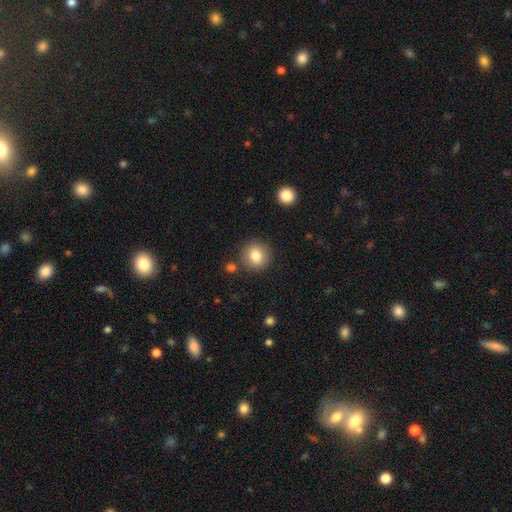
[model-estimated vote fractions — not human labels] The model was most divided on "smooth or featured": smooth: 82%, star or artifact: 10%, featured or disk: 8%. More confident: how rounded — round (91%); merging — none (85%).